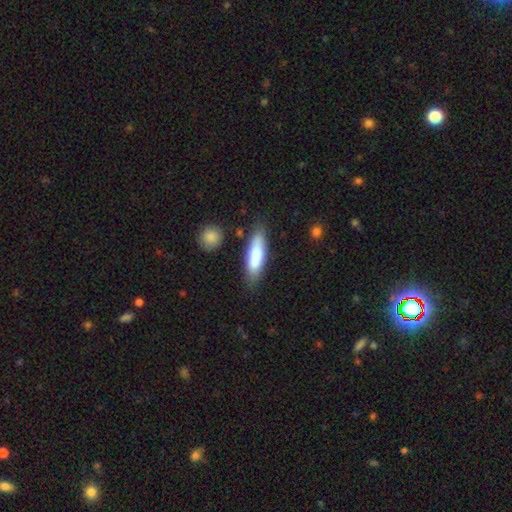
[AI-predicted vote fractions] Smooth or featured: smooth — 78% (featured or disk — 16%)
How rounded: cigar-shaped — 54% (in between — 44%)
Merging: none — 79% (minor disturbance — 14%)